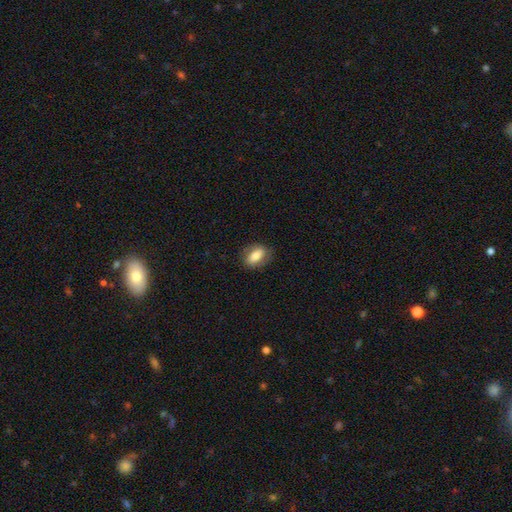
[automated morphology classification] The model was most divided on "smooth or featured": smooth: 74%, featured or disk: 19%, star or artifact: 7%. More confident: how rounded — in between (84%); merging — none (79%).